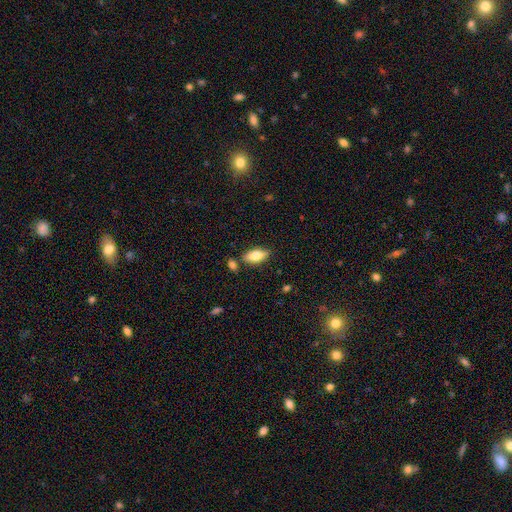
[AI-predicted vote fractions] This appears to be a smooth galaxy with no disk features (73%) that is in between round and cigar-shaped (83%). Merging: none (78%).